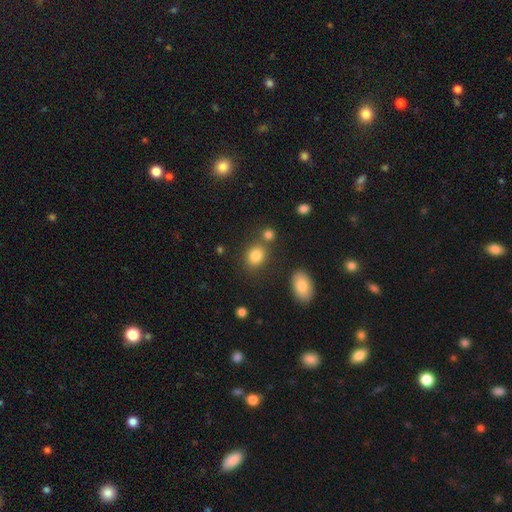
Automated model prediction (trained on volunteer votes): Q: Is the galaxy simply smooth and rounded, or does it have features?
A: smooth — 83%.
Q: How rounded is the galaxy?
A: in between — 55%.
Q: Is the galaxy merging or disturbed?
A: none — 69%.